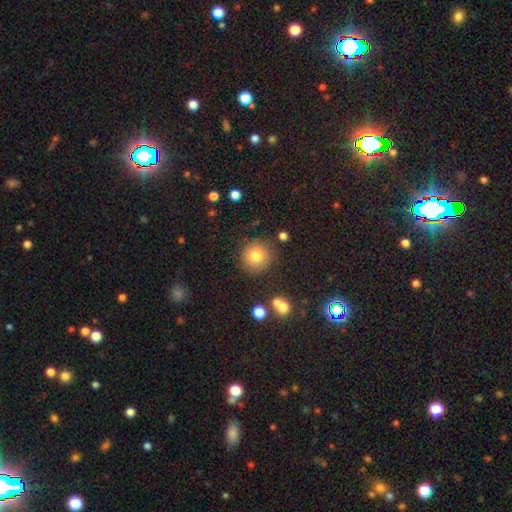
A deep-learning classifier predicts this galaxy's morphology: smooth 81%, star or artifact 11%, featured or disk 8%. Down the decision tree: how rounded — round (93%); merging — none (84%).